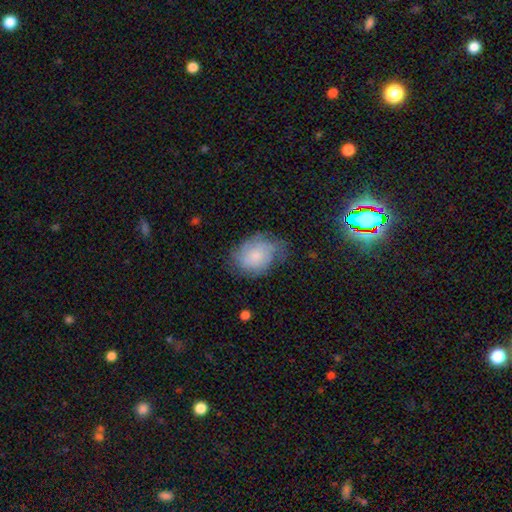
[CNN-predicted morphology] A smooth galaxy with no disk features (57%) that is in between round and cigar-shaped (69%). Merging: none (53%).